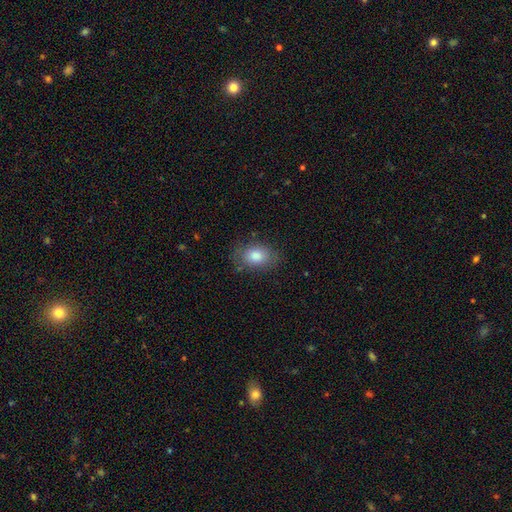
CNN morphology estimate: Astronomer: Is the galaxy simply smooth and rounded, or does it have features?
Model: smooth — 81%.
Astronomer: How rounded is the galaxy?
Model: in between — 79%.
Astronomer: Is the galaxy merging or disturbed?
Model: none — 78%.